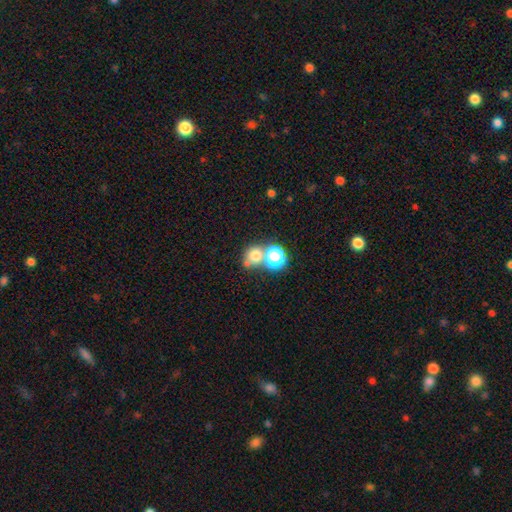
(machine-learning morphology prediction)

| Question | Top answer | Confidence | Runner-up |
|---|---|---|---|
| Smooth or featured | smooth | 71% | star or artifact (19%) |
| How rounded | round | 83% | in between (16%) |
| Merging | none | 52% | merger (37%) |